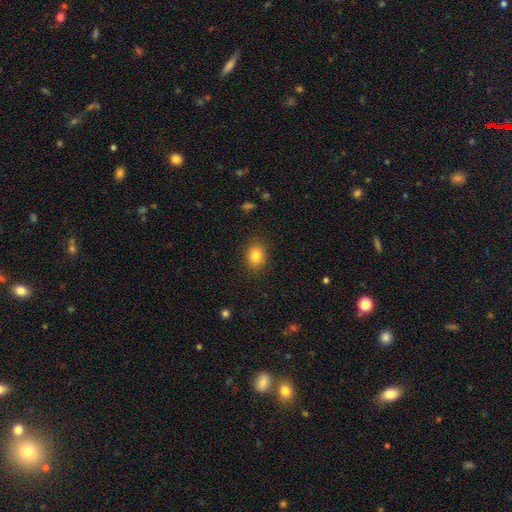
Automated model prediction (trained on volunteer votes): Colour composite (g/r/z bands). It shows a smooth galaxy with no disk features (84%) that is in between round and cigar-shaped (53%). Merging: none (87%).